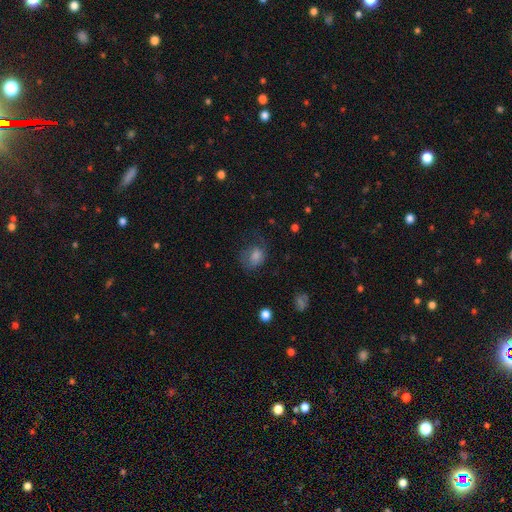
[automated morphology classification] Smooth or featured?
  - smooth: 64% *
  - featured or disk: 22%
  - star or artifact: 15%
How rounded?
  - in between: 50% *
  - round: 49%
  - cigar-shaped: 1%
Merging?
  - none: 48% *
  - major disturbance: 27%
  - minor disturbance: 24%
  - merger: 2%